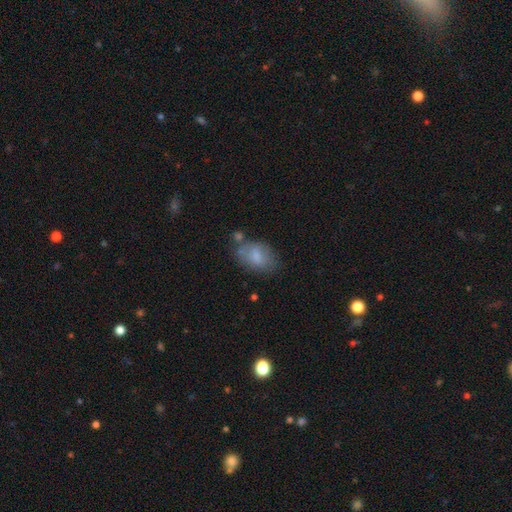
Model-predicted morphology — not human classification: Smooth or featured: smooth — 73% (featured or disk — 19%)
How rounded: in between — 88% (round — 11%)
Merging: none — 58% (minor disturbance — 23%)